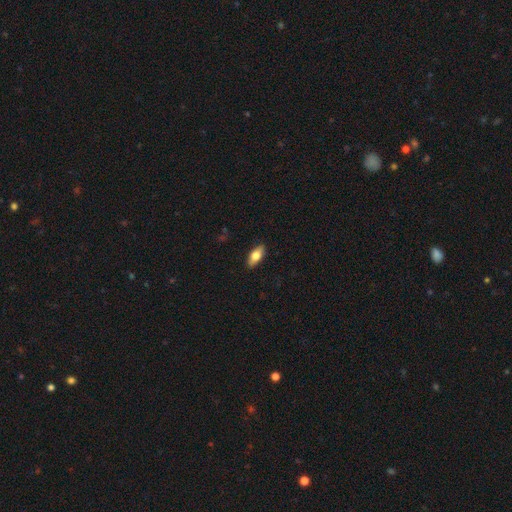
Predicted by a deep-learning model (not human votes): This is likely a smooth galaxy (73%). How rounded: clearly in between (83%). Merging: clearly none (89%).